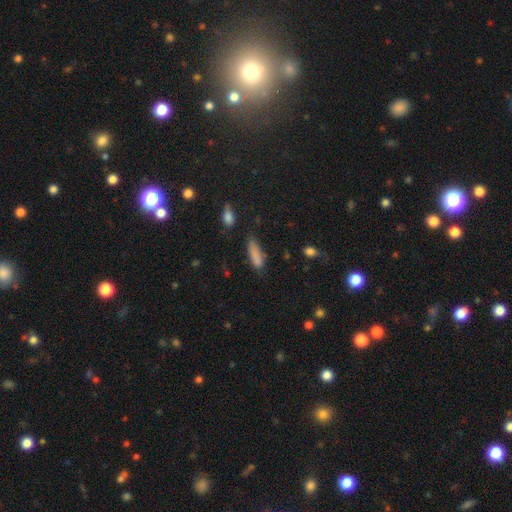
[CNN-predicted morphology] Smooth or featured?
  - smooth: 84% *
  - star or artifact: 8%
  - featured or disk: 7%
How rounded?
  - cigar-shaped: 50% *
  - in between: 48%
  - round: 2%
Merging?
  - none: 59% *
  - minor disturbance: 28%
  - major disturbance: 9%
  - merger: 5%